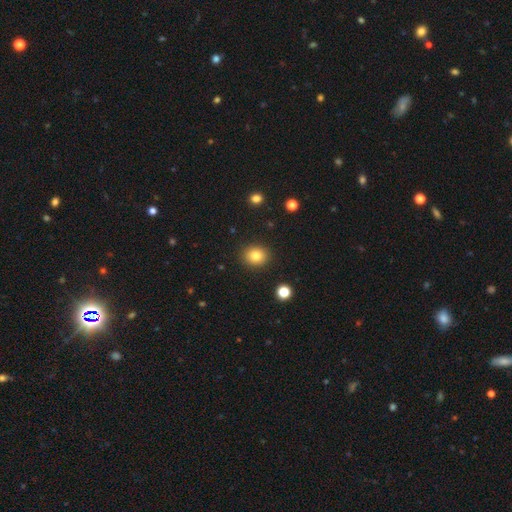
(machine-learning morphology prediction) type=smooth (83%); roundness=round (74%); merging=none (90%).